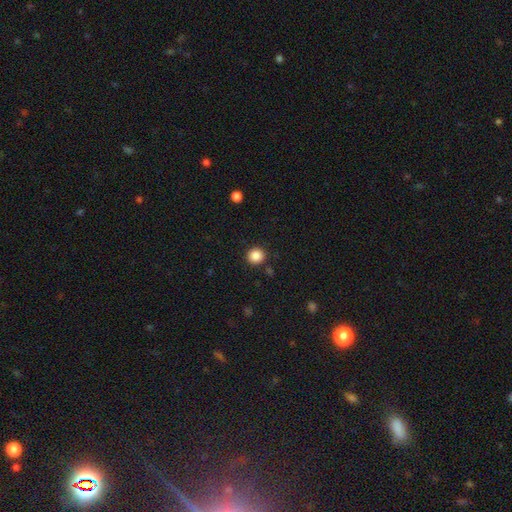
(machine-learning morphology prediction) Overall: smooth (87%). How rounded: round (93%). Merging: none (91%).